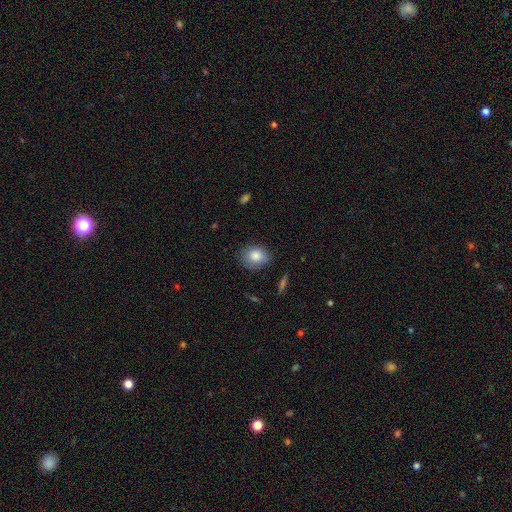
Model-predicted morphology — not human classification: Smooth or featured: smooth — 84% (featured or disk — 8%)
How rounded: round — 52% (in between — 47%)
Merging: none — 76% (minor disturbance — 18%)